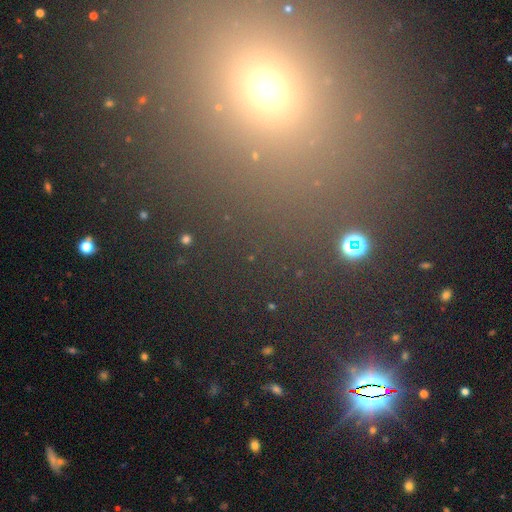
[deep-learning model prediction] Overall: star or artifact (55%; smooth 37%).